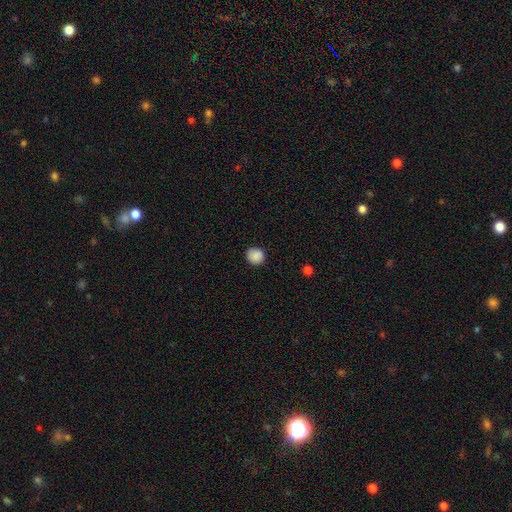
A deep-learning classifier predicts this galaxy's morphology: Overall: smooth (88%). How rounded: round (91%). Merging: none (91%).